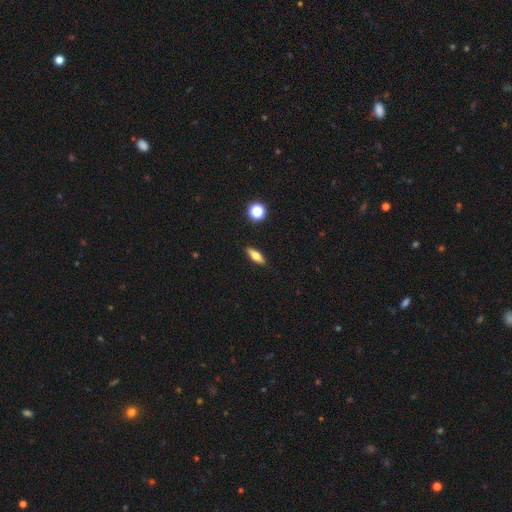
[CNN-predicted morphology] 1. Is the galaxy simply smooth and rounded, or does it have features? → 63% smooth, 28% featured or disk, 9% star or artifact.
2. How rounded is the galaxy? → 54% in between, 41% cigar-shaped, 4% round.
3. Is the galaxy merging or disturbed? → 90% none, 7% minor disturbance, 2% major disturbance, 1% merger.